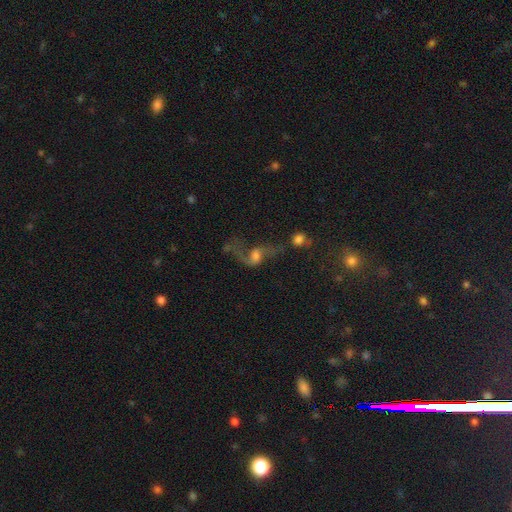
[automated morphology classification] This is possibly a featured or disk galaxy (59%). It is clearly not viewed edge-on (94%). Bar: possibly no (55%). Spiral arm pattern: likely yes (77%). Central bulge: possibly moderate (45%). Merging: marginally major disturbance (33%).